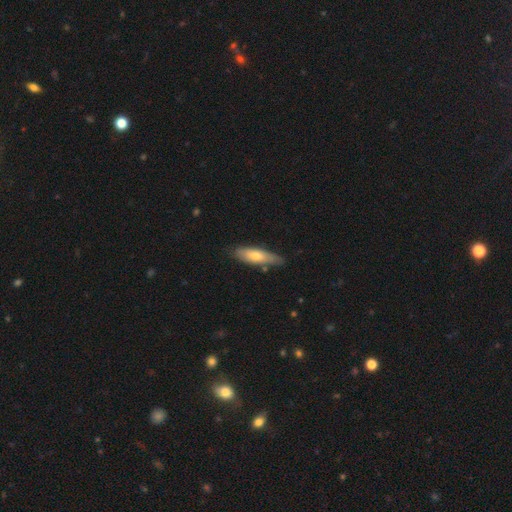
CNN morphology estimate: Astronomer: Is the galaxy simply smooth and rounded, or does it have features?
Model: smooth — 61%.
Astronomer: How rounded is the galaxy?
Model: cigar-shaped — 58% (runner-up: in between, 40%).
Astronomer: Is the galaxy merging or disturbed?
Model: none — 77%.